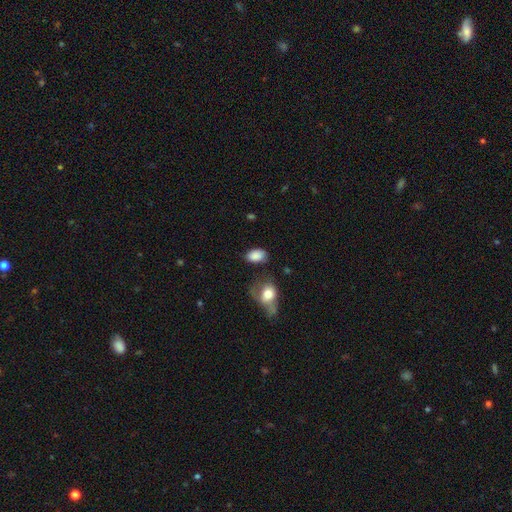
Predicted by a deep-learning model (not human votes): smooth 85%, star or artifact 8%, featured or disk 6%. Down the decision tree: how rounded — in between (88%); merging — none (62%).